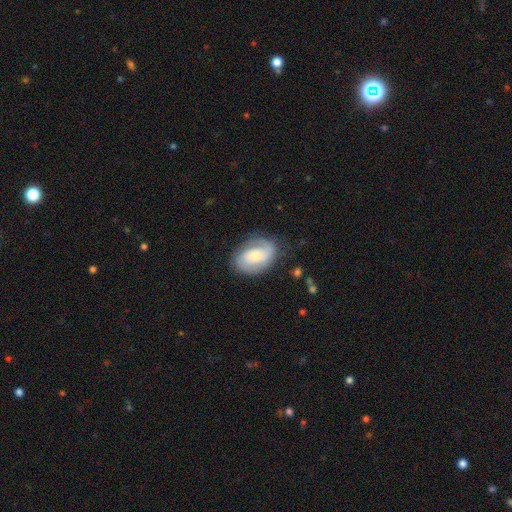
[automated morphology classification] featured or disk 64%, smooth 29%, star or artifact 6%. Down the decision tree: edge-on disk — no (96%); bar — no (64%); spiral arms — yes (88%); spiral arm count — 2 (65%); spiral winding — tight (45%); bulge size — small (53%); merging — none (75%).